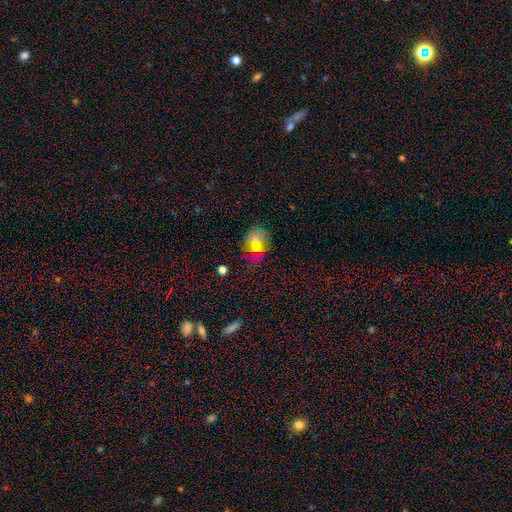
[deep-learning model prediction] The model was most divided on "smooth or featured": smooth: 58%, star or artifact: 22%, featured or disk: 19%. More confident: how rounded — in between (71%); merging — none (57%).